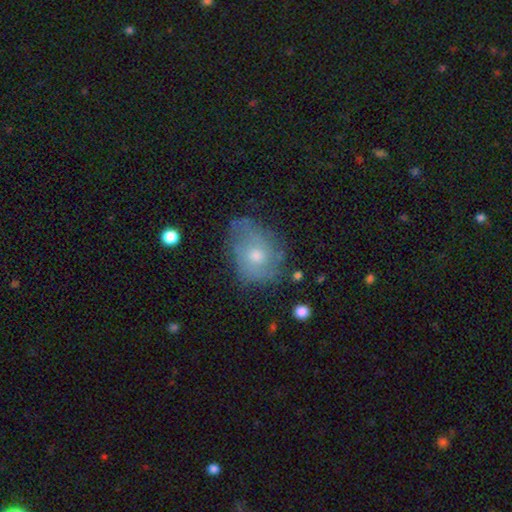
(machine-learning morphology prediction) type=smooth (51%); roundness=in between (60%); merging=none (53%).